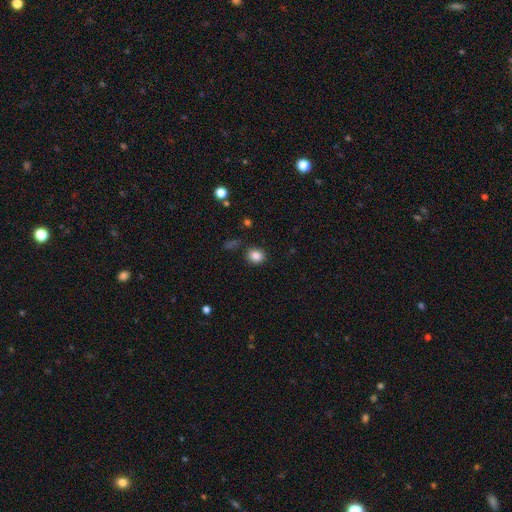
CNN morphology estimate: Smooth or featured?
  - smooth: 85% *
  - star or artifact: 10%
  - featured or disk: 5%
How rounded?
  - round: 73% *
  - in between: 26%
  - cigar-shaped: 1%
Merging?
  - none: 86% *
  - minor disturbance: 9%
  - major disturbance: 3%
  - merger: 2%